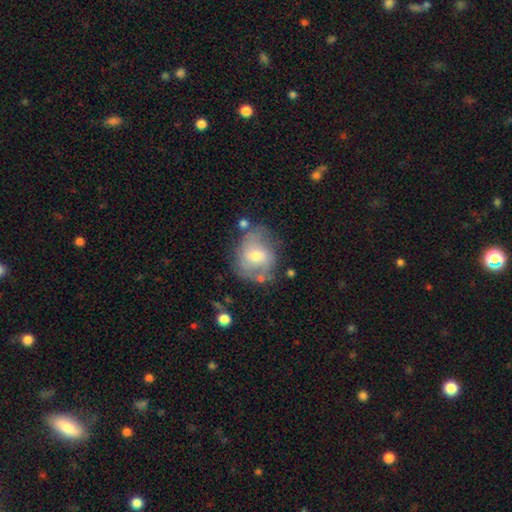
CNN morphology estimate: type=featured or disk (50%); merging=none (54%).